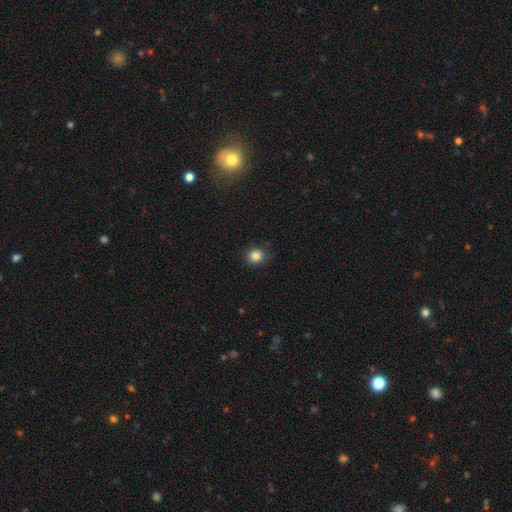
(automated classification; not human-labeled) The model was most divided on "how rounded": round: 84%, in between: 15%, cigar-shaped: 1%. More confident: merging — none (84%); smooth or featured — smooth (84%).